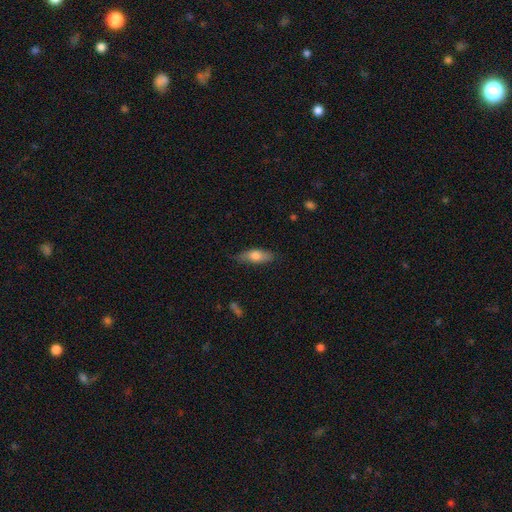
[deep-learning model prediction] smooth 71%, featured or disk 22%, star or artifact 6%. Down the decision tree: how rounded — in between (67%); merging — none (77%).